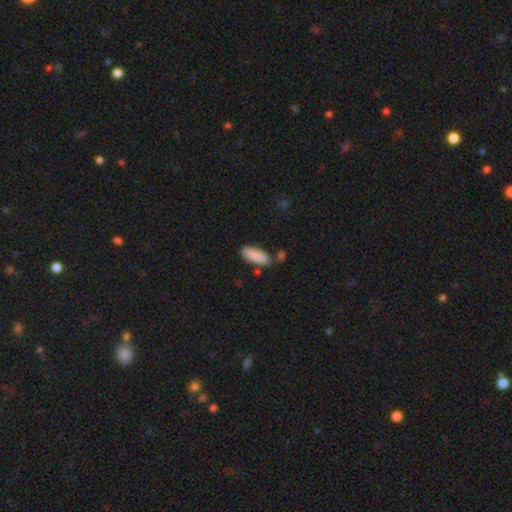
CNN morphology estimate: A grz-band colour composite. It shows a smooth galaxy with no disk features (89%) that is in between round and cigar-shaped (74%). Merging: none (73%).